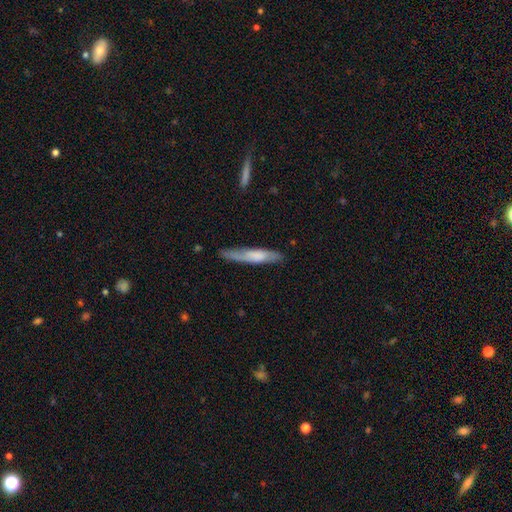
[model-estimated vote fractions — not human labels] Smooth or featured?
  - smooth: 58% *
  - featured or disk: 37%
  - star or artifact: 5%
How rounded?
  - cigar-shaped: 89% *
  - in between: 10%
  - round: 1%
Merging?
  - none: 75% *
  - minor disturbance: 19%
  - major disturbance: 4%
  - merger: 2%